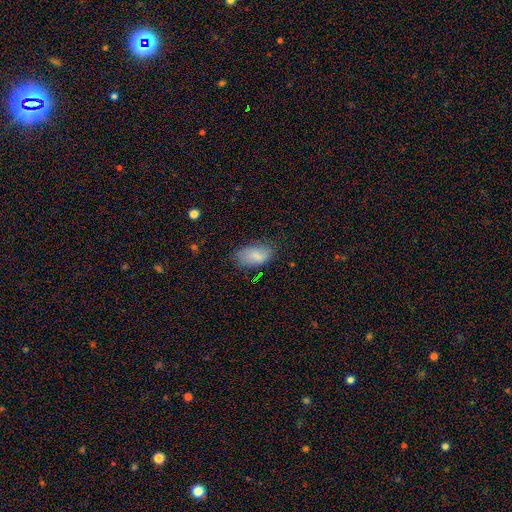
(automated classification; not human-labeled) A smooth galaxy with no disk features (81%) that is in between round and cigar-shaped (93%). Merging: none (69%).